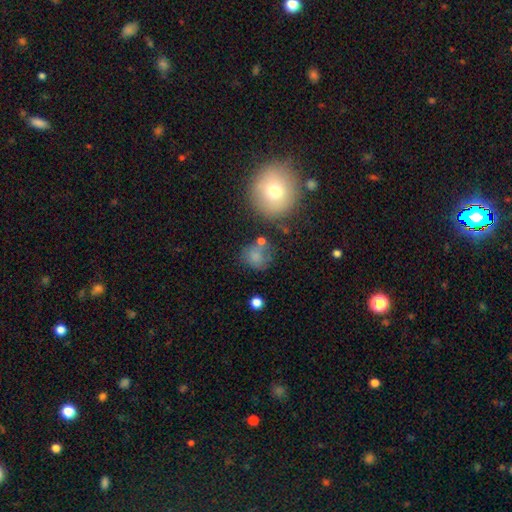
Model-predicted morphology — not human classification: Smooth or featured: smooth — 75% (star or artifact — 13%)
How rounded: round — 79% (in between — 20%)
Merging: none — 55% (minor disturbance — 20%)